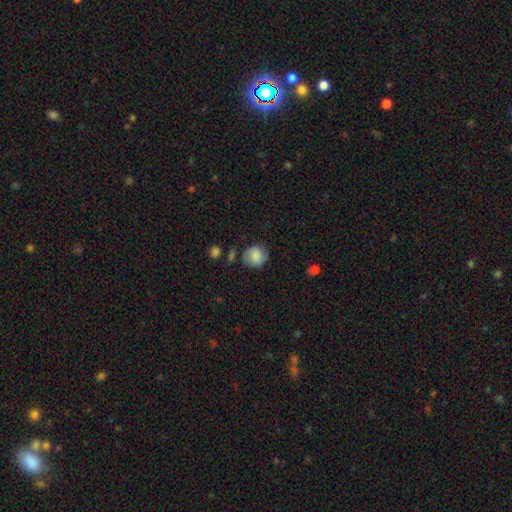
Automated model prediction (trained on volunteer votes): Smooth or featured? Predicted: smooth (p=0.81). How rounded? Predicted: round (p=0.82). Merging? Predicted: none (p=0.73).